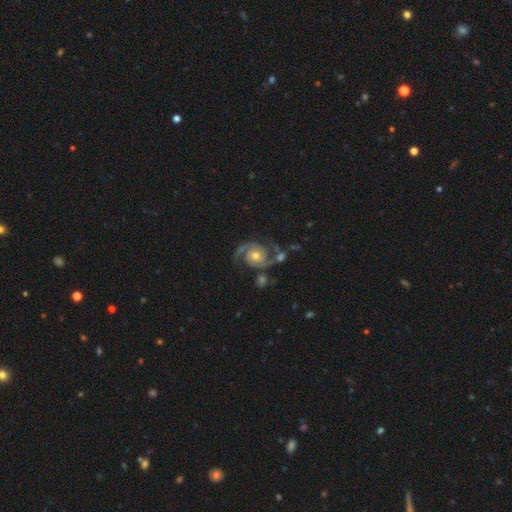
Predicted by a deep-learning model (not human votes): featured or disk 89%, star or artifact 6%, smooth 5%. Down the decision tree: edge-on disk — no (98%); bar — no (76%); spiral arms — yes (98%); spiral arm count — 2 (93%); spiral winding — medium (52%); bulge size — moderate (66%); merging — none (66%).